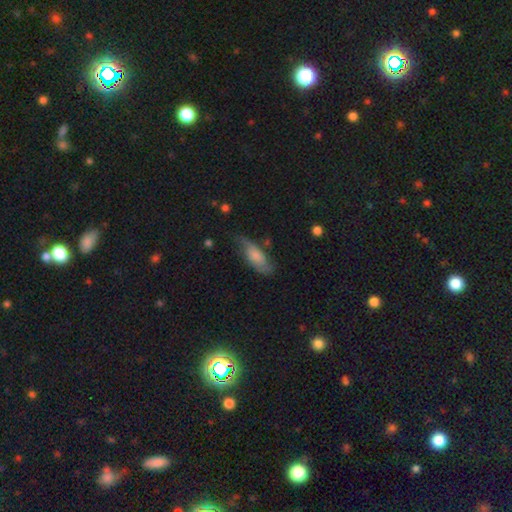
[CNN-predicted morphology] This appears to be a featured or disk galaxy (48%). Merging: none (62%).